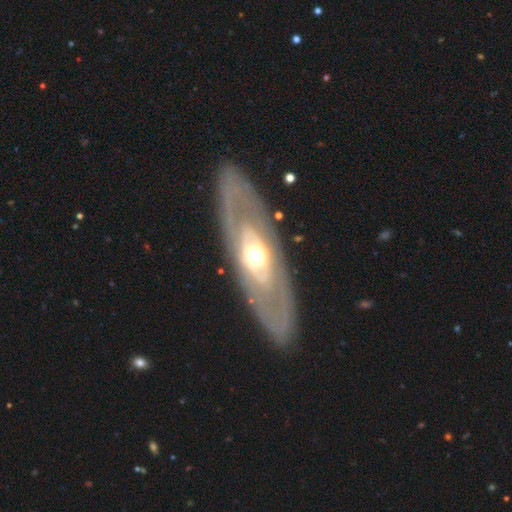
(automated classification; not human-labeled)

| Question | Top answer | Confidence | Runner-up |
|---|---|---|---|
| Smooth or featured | featured or disk | 76% | smooth (19%) |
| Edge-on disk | no | 79% | yes (21%) |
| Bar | no | 81% | weak (13%) |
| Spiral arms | no | 67% | yes (33%) |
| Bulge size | moderate | 69% | large (17%) |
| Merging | none | 83% | minor disturbance (11%) |